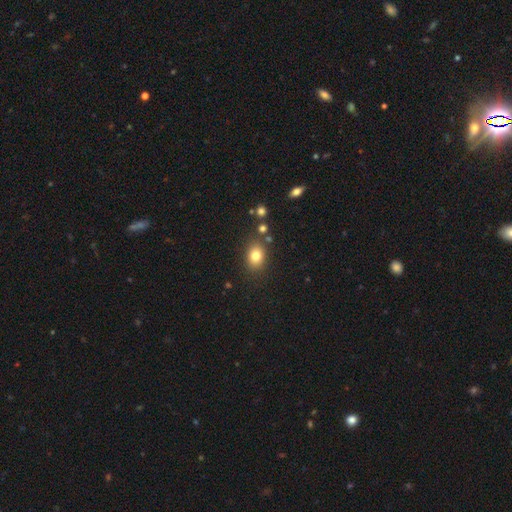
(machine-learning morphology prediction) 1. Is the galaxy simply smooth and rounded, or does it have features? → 80% smooth, 12% star or artifact, 9% featured or disk.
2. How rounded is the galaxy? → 62% in between, 37% round, 1% cigar-shaped.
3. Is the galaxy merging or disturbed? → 81% none, 11% minor disturbance, 5% merger, 3% major disturbance.